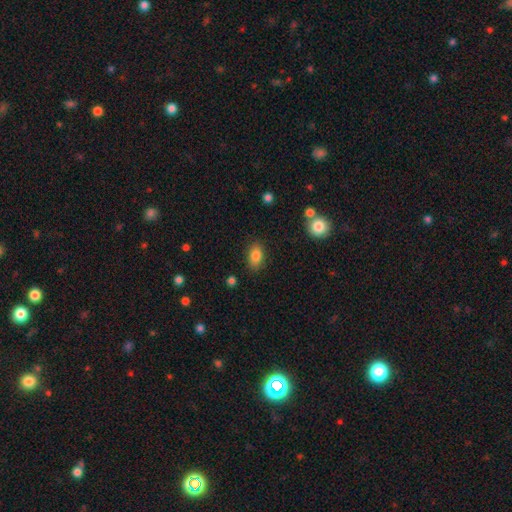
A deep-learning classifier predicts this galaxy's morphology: smooth 83%, star or artifact 9%, featured or disk 8%. Down the decision tree: how rounded — in between (86%); merging — none (85%).